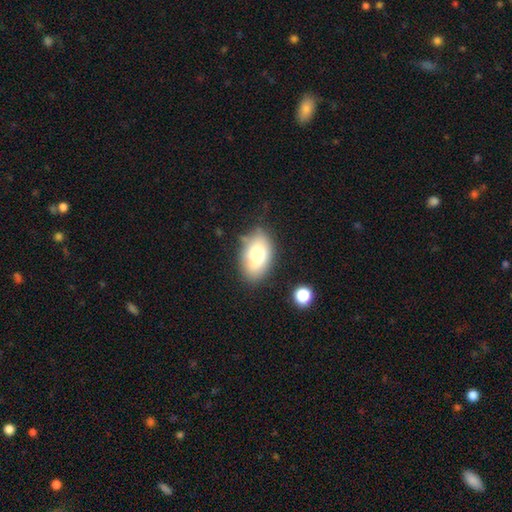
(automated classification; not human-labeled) This is likely a smooth galaxy (78%). How rounded: clearly in between (92%). Merging: likely none (74%).